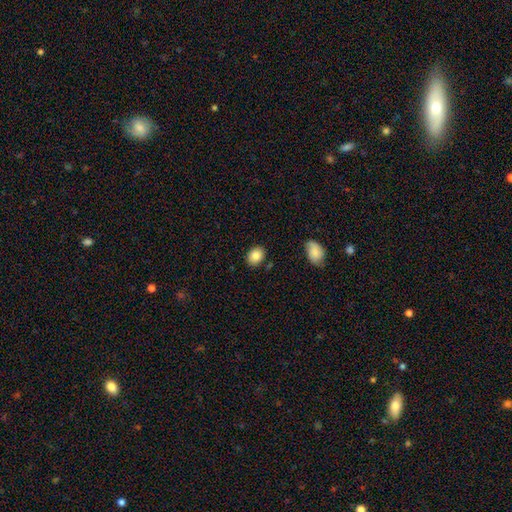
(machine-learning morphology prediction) smooth 84%, star or artifact 8%, featured or disk 7%. Down the decision tree: how rounded — in between (60%); merging — none (84%).